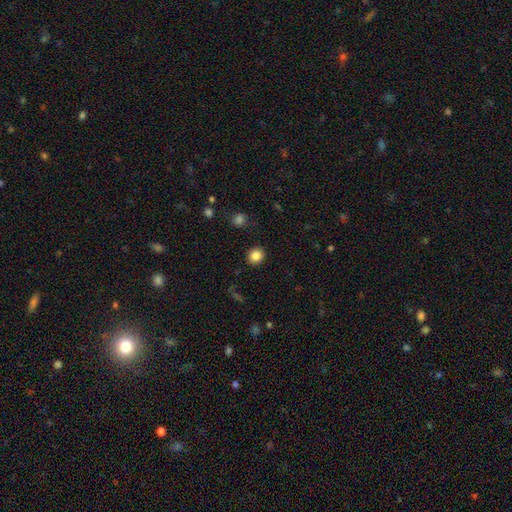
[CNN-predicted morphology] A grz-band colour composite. It shows a smooth galaxy with no disk features (86%) that is round (85%). Merging: none (91%).